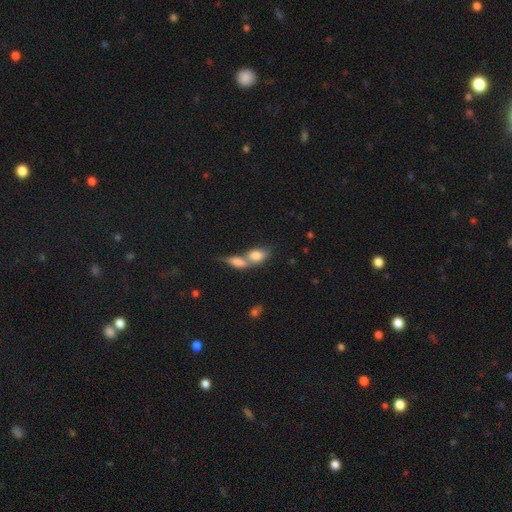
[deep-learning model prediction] A smooth galaxy with no disk features (76%) that is in between round and cigar-shaped (78%). Merging: merger (71%).